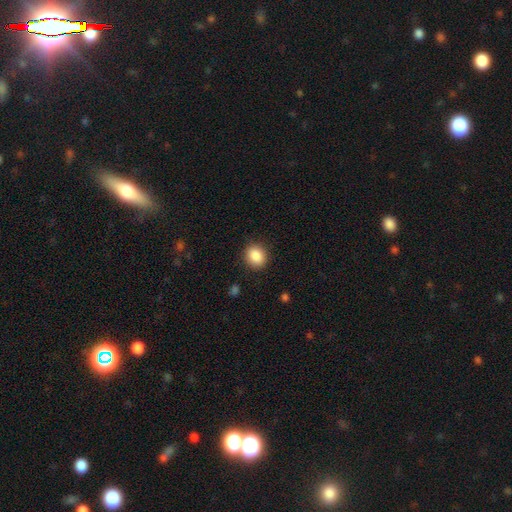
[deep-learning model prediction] Smooth or featured: smooth — 88% (star or artifact — 9%)
How rounded: round — 65% (in between — 34%)
Merging: none — 88% (minor disturbance — 8%)